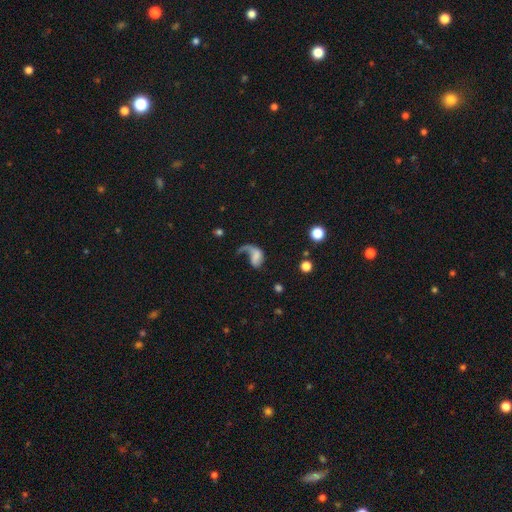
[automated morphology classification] type=featured or disk (47%); merging=major disturbance (54%).